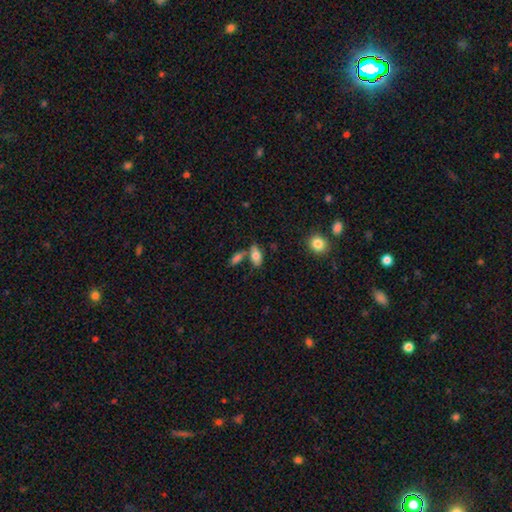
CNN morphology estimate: This appears to be a smooth galaxy with no disk features (76%) that is in between round and cigar-shaped (86%). Merging: none (57%).